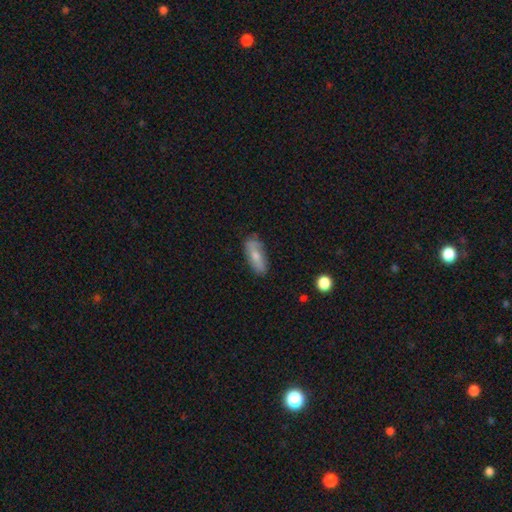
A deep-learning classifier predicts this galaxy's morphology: type=smooth (61%); roundness=in between (72%); merging=none (78%).